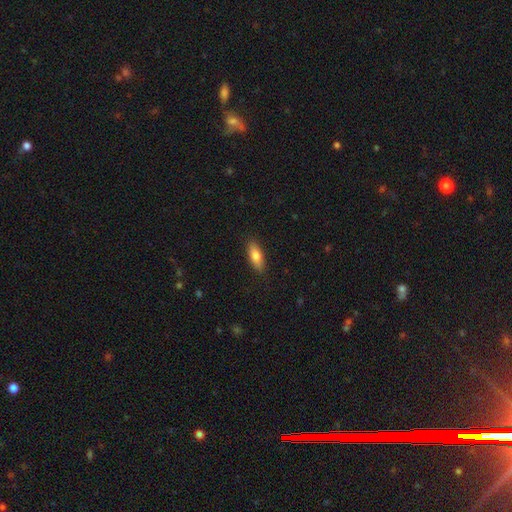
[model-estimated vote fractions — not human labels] A smooth galaxy with no disk features (77%) that is in between round and cigar-shaped (70%). Merging: none (88%).